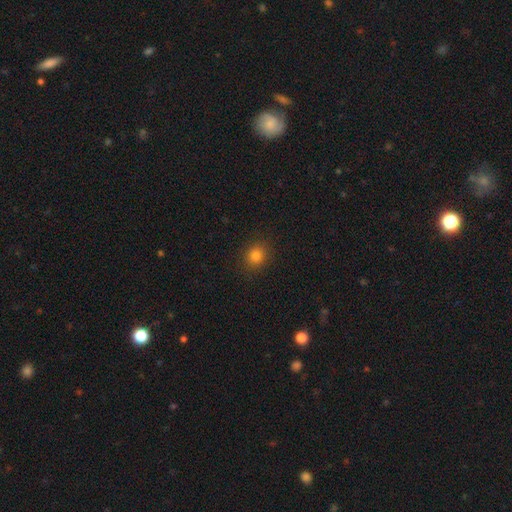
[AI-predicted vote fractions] Morphology: type=smooth (82%); roundness=round (81%); merging=none (90%).